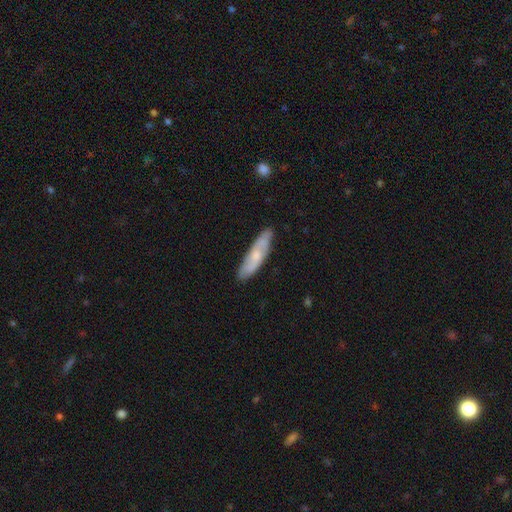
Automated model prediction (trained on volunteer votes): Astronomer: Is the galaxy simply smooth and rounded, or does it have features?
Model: featured or disk — 49% (runner-up: smooth, 45%).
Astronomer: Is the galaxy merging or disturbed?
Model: none — 84%.